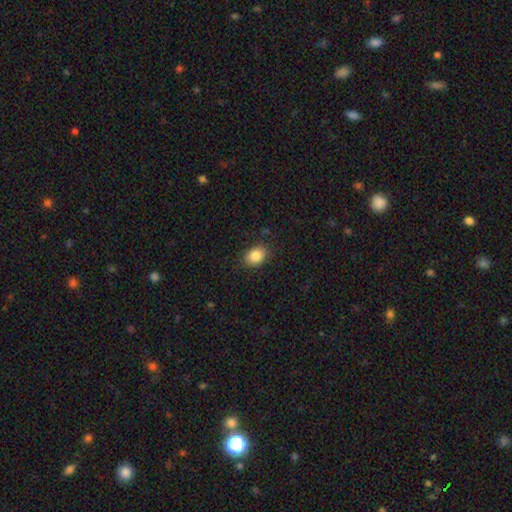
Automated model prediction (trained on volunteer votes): A smooth galaxy with no disk features (86%) that is in between round and cigar-shaped (67%). Merging: none (85%).